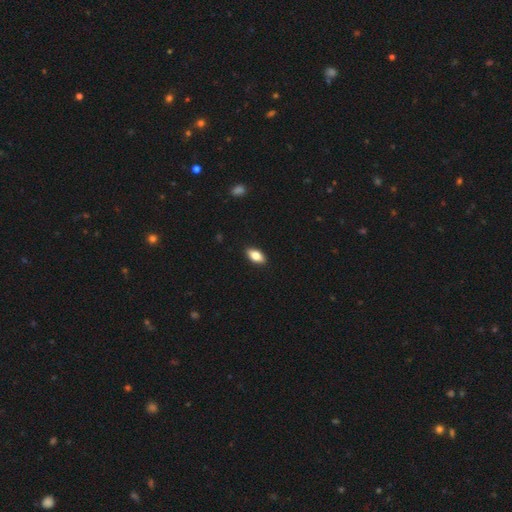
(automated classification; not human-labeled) Q: Smooth or featured?
A: smooth (78%); runner-up: featured or disk (15%)
Q: How rounded?
A: in between (88%); runner-up: cigar-shaped (7%)
Q: Merging?
A: none (90%); runner-up: minor disturbance (8%)